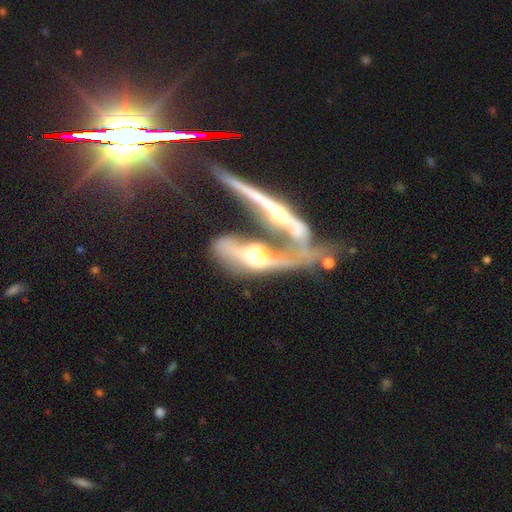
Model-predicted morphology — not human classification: Smooth or featured: featured or disk — 71% (smooth — 21%)
Edge-on disk: yes — 58% (no — 42%)
Merging: merger — 68% (none — 13%)